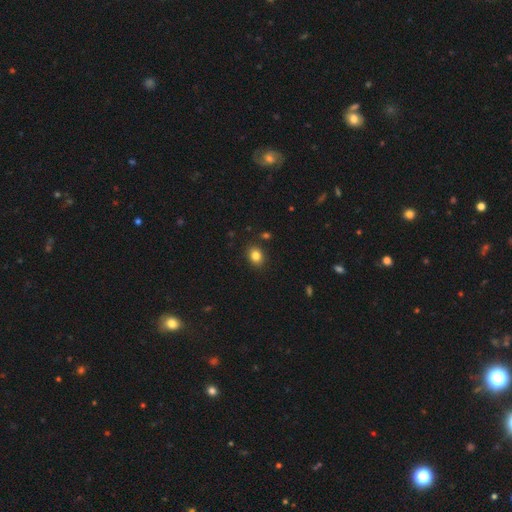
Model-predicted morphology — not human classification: A smooth galaxy with no disk features (83%) that is in between round and cigar-shaped (53%).

Vote fractions:
- Smooth or featured? smooth: 83% / star or artifact: 11% / featured or disk: 6%
- How rounded? in between: 53% / round: 46% / cigar-shaped: 1%
- Merging? none: 87% / minor disturbance: 8% / major disturbance: 2% / merger: 2%